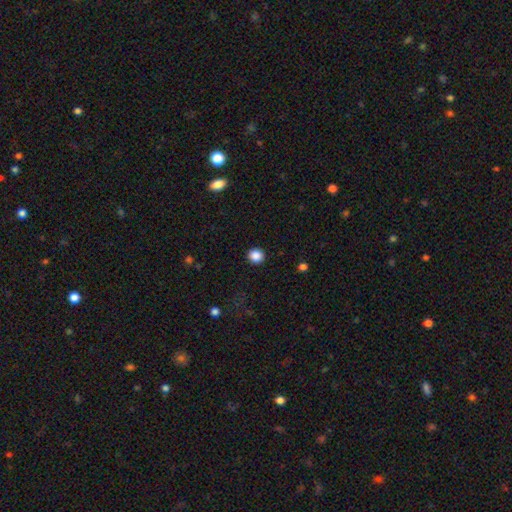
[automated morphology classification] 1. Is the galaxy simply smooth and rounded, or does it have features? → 87% smooth, 10% star or artifact, 3% featured or disk.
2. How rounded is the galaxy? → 88% round, 11% in between, 1% cigar-shaped.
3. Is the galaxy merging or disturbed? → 92% none, 5% minor disturbance, 2% major disturbance, 1% merger.